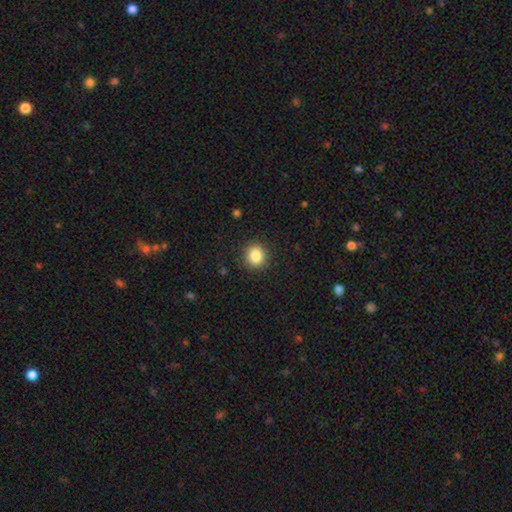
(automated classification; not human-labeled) smooth-or-featured: smooth: 86% | star or artifact: 10% | featured or disk: 5%
  how-rounded: round: 81% | in between: 18% | cigar-shaped: 1%
  merging: none: 90% | minor disturbance: 7% | major disturbance: 2% | merger: 1%